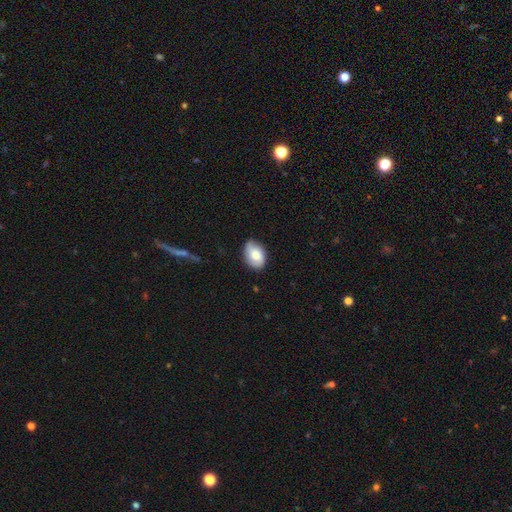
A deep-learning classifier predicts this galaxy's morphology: smooth-or-featured: smooth: 75% | featured or disk: 18% | star or artifact: 7%
  how-rounded: in between: 85% | round: 14% | cigar-shaped: 1%
  merging: none: 77% | minor disturbance: 18% | major disturbance: 3% | merger: 1%